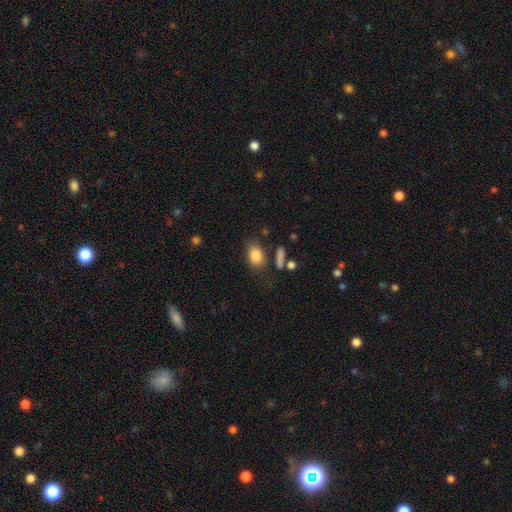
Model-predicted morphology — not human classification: smooth_or_featured: smooth (p=0.84) [alt: star or artifact p=0.08]
how_rounded: in between (p=0.78) [alt: round p=0.20]
merging: none (p=0.70) [alt: minor disturbance p=0.18]